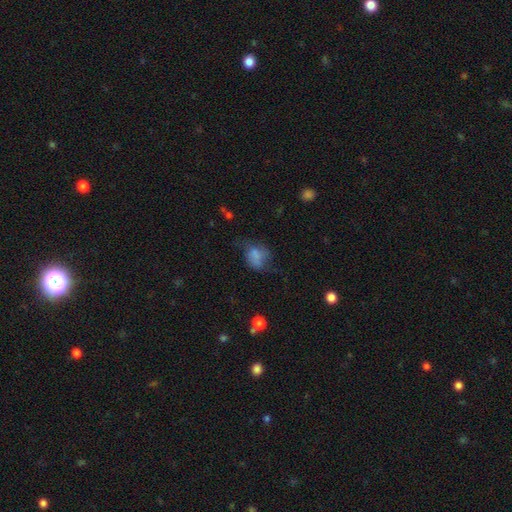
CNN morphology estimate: A smooth galaxy with no disk features (66%) that is in between round and cigar-shaped (60%). Merging: none (35%).